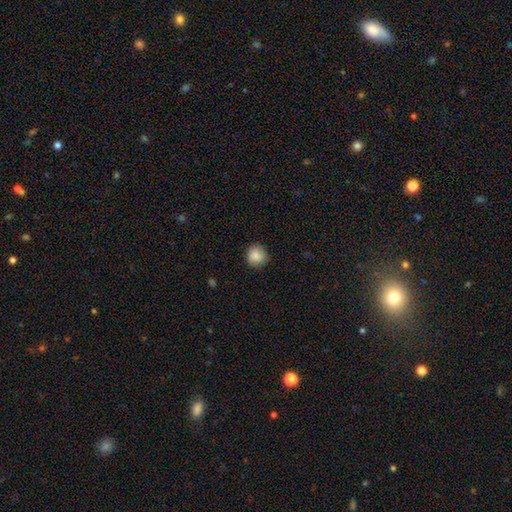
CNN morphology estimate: A smooth galaxy with no disk features (87%) that is round (90%).

Vote fractions:
- Smooth or featured? smooth: 87% / star or artifact: 9% / featured or disk: 4%
- How rounded? round: 90% / in between: 9% / cigar-shaped: 1%
- Merging? none: 87% / minor disturbance: 9% / major disturbance: 2% / merger: 1%